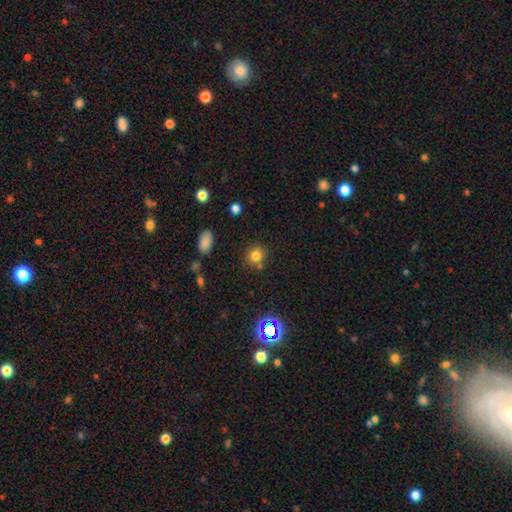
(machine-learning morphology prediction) smooth_or_featured: smooth (p=0.78) [alt: star or artifact p=0.15]
how_rounded: round (p=0.84) [alt: in between p=0.15]
merging: none (p=0.78) [alt: minor disturbance p=0.10]